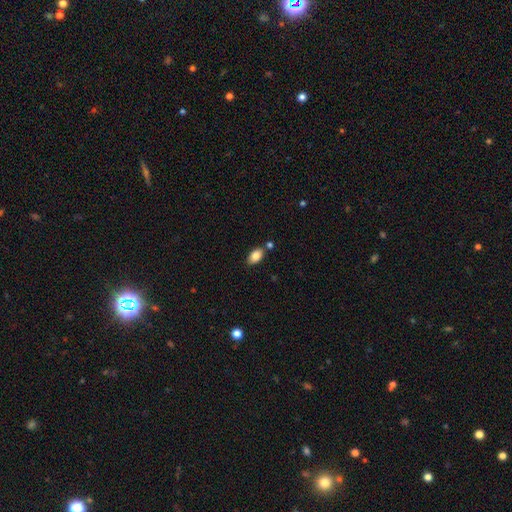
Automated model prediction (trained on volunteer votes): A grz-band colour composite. It shows a smooth galaxy with no disk features (85%) that is in between round and cigar-shaped (92%). Merging: none (77%).